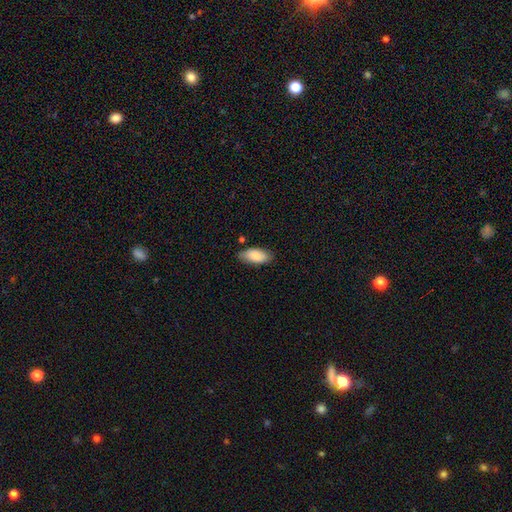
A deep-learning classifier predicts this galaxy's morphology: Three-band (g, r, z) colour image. It shows a smooth galaxy with no disk features (82%) that is in between round and cigar-shaped (91%). Merging: none (80%).